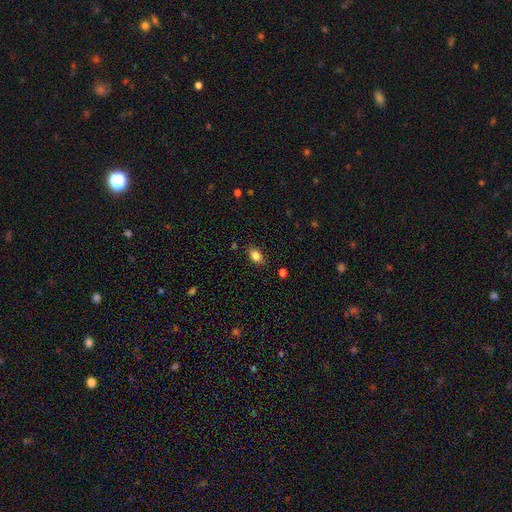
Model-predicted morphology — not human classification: Overall: smooth (84%). How rounded: in between (82%). Merging: none (82%).